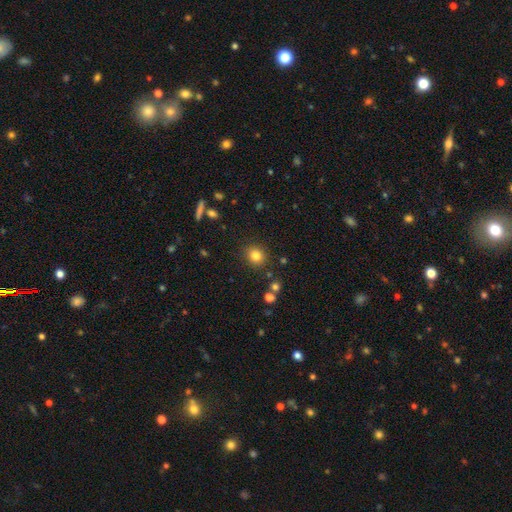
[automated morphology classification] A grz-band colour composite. It shows a smooth galaxy with no disk features (82%) that is round (84%). Merging: none (87%).